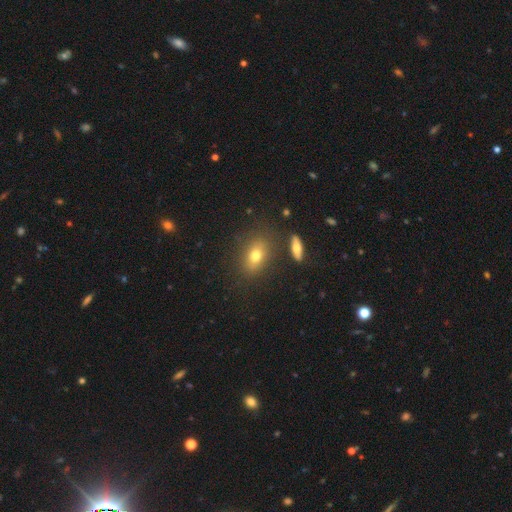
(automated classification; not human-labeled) Smooth or featured? smooth (71%)
How rounded? in between (75%)
Merging? none (79%)